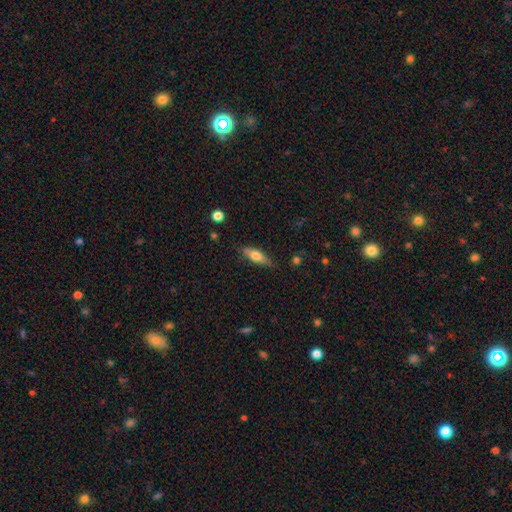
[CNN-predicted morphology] smooth 66%, featured or disk 28%, star or artifact 7%. Down the decision tree: how rounded — in between (54%); merging — none (79%).